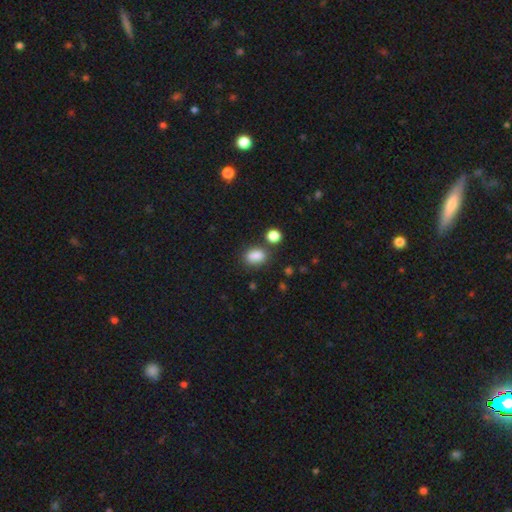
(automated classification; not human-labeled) Smooth or featured? Predicted: smooth (p=0.85). How rounded? Predicted: in between (p=0.75). Merging? Predicted: none (p=0.69).